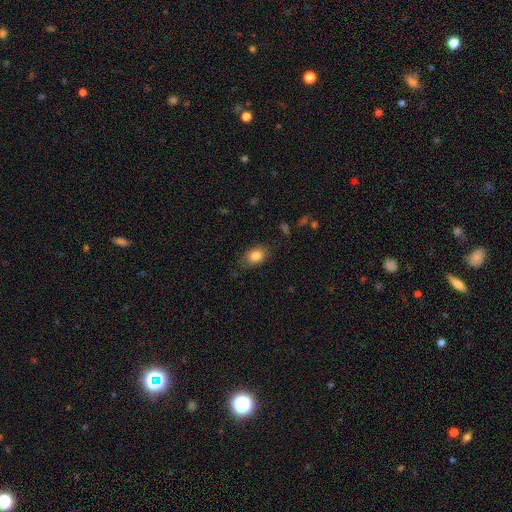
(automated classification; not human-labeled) smooth 83%, star or artifact 9%, featured or disk 8%. Down the decision tree: how rounded — in between (78%); merging — none (78%).